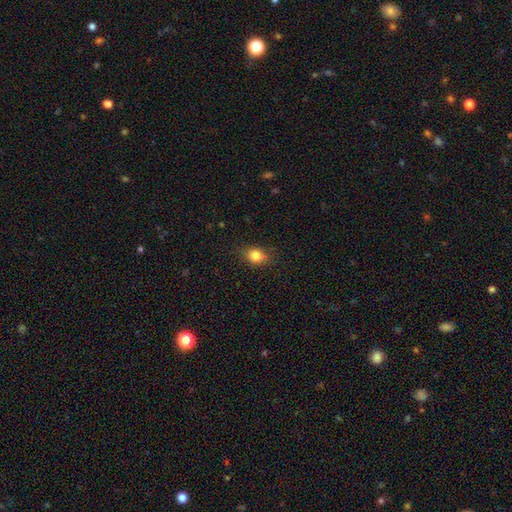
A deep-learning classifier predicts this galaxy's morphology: Smooth or featured: smooth — 82% (star or artifact — 11%)
How rounded: in between — 51% (round — 47%)
Merging: none — 81% (minor disturbance — 15%)